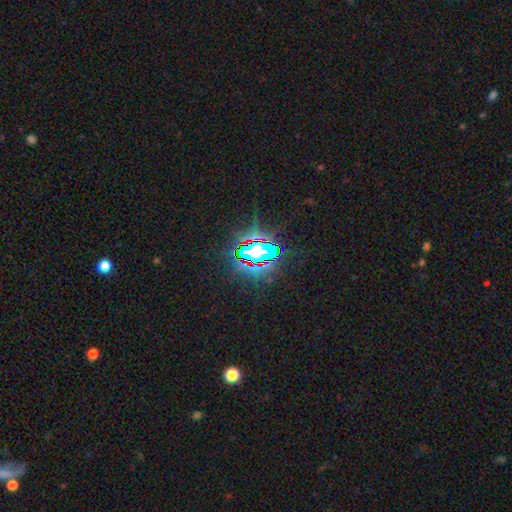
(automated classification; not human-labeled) Smooth or featured? Predicted: star or artifact (p=0.83).